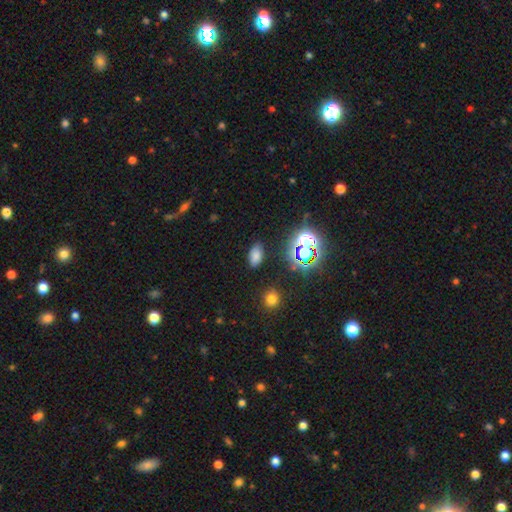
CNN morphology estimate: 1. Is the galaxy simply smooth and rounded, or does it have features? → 70% smooth, 22% star or artifact, 7% featured or disk.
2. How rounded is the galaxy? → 90% in between, 7% round, 2% cigar-shaped.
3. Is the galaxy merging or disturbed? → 83% none, 11% minor disturbance, 3% major disturbance, 2% merger.